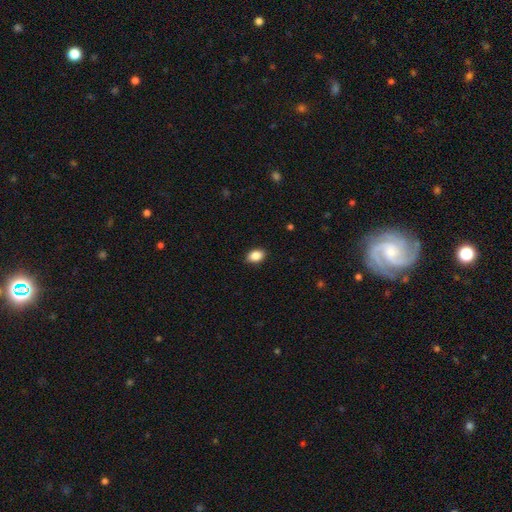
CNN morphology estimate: smooth 88%, star or artifact 8%, featured or disk 4%. Down the decision tree: how rounded — in between (82%); merging — none (89%).